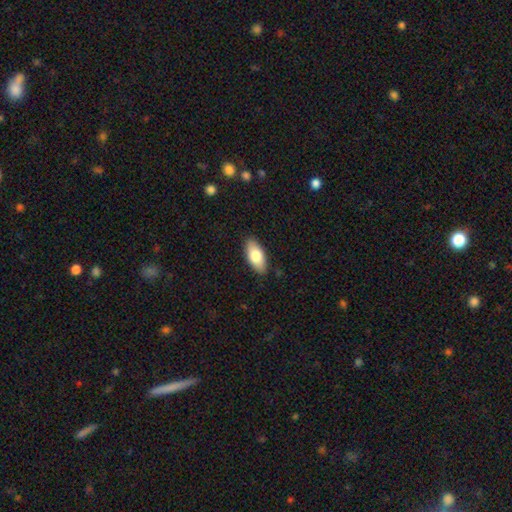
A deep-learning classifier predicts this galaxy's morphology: Q: Smooth or featured?
A: smooth (76%); runner-up: featured or disk (18%)
Q: How rounded?
A: in between (89%); runner-up: cigar-shaped (9%)
Q: Merging?
A: none (88%); runner-up: minor disturbance (9%)